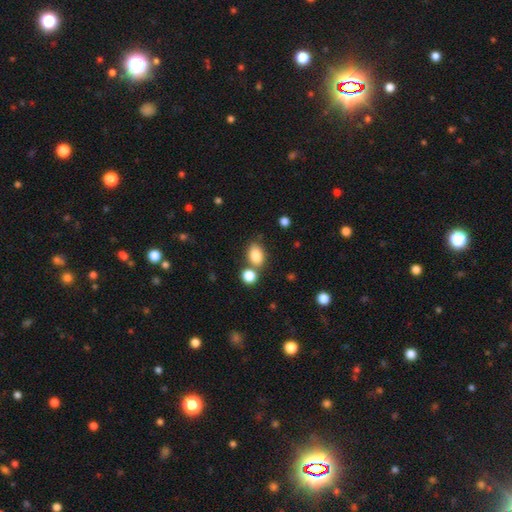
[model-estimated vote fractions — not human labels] smooth_or_featured: smooth (p=0.84) [alt: star or artifact p=0.09]
how_rounded: in between (p=0.80) [alt: round p=0.19]
merging: none (p=0.61) [alt: merger p=0.23]